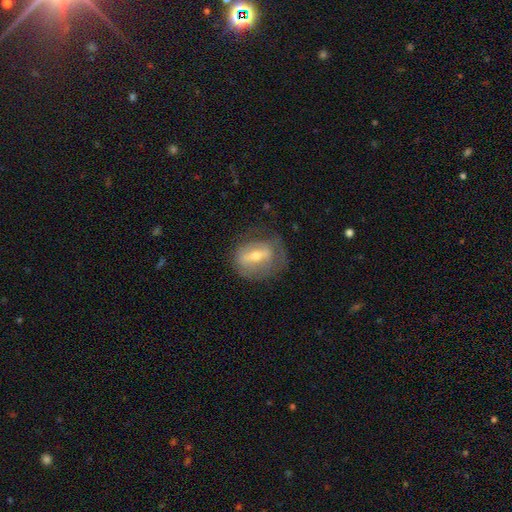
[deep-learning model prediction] A featured or disk galaxy (58%). Merging: none (61%).